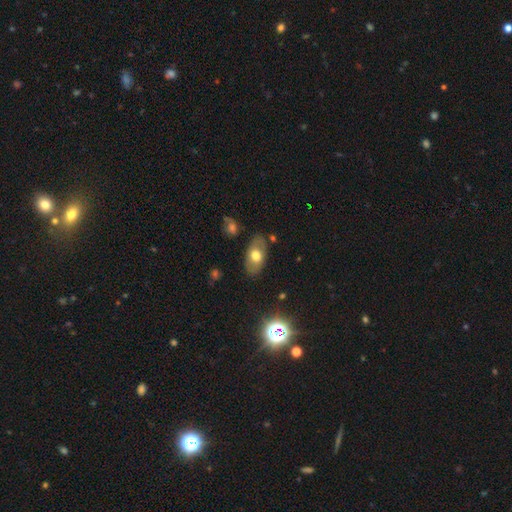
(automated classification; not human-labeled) A smooth galaxy with no disk features (64%) that is in between round and cigar-shaped (91%). Merging: none (81%).